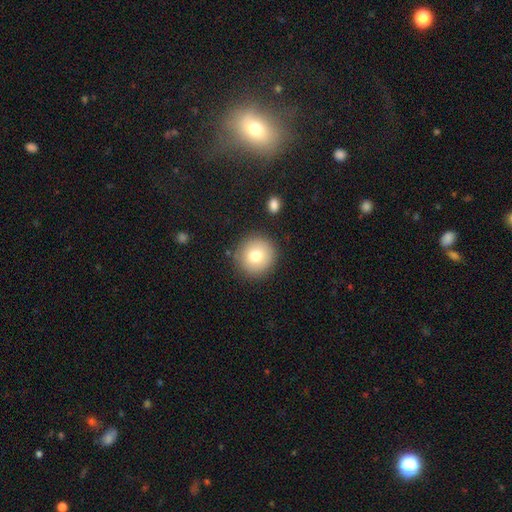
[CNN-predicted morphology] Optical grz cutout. It shows a smooth galaxy with no disk features (77%) that is round (93%). Merging: none (87%).